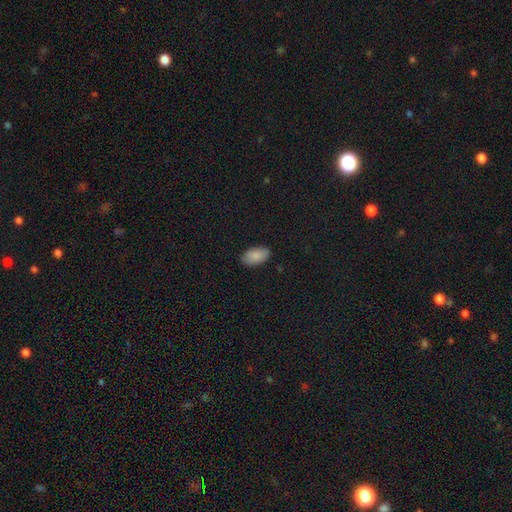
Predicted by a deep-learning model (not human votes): A smooth galaxy with no disk features (87%) that is in between round and cigar-shaped (95%). Merging: none (86%).